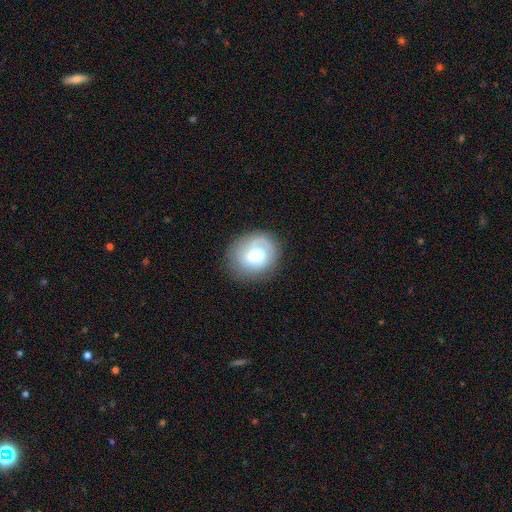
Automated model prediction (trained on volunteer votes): Smooth or featured: smooth — 54% (featured or disk — 37%)
How rounded: round — 75% (in between — 24%)
Merging: none — 74% (minor disturbance — 16%)